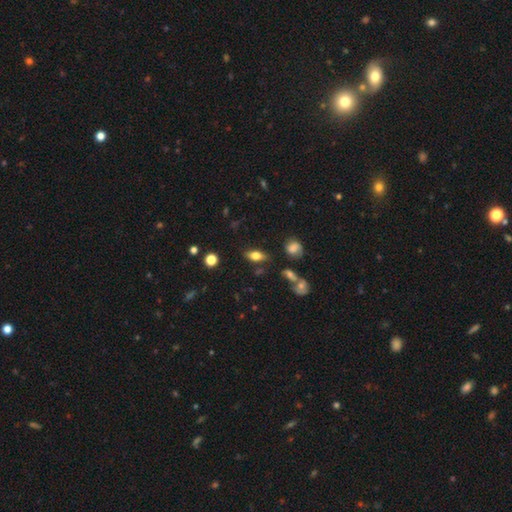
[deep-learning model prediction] Overall: smooth (73%). How rounded: in between (83%). Merging: none (80%).